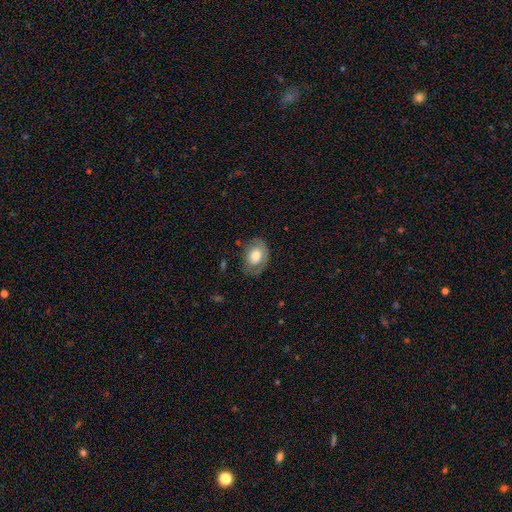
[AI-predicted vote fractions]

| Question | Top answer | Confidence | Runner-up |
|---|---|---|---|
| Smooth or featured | smooth | 62% | featured or disk (31%) |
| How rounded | in between | 71% | round (28%) |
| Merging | none | 63% | minor disturbance (25%) |